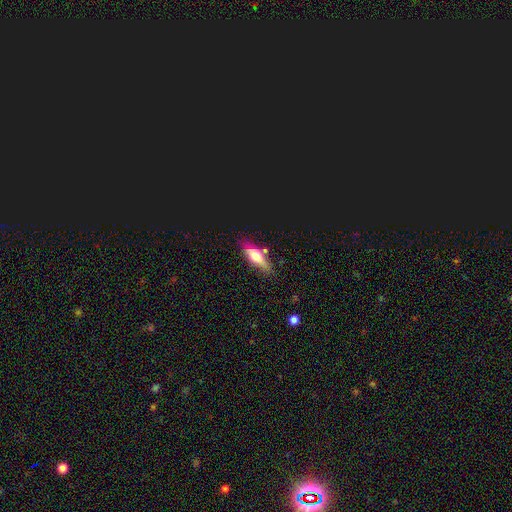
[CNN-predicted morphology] Smooth or featured?
  - smooth: 48% *
  - featured or disk: 40%
  - star or artifact: 12%
Merging?
  - none: 74% *
  - minor disturbance: 17%
  - major disturbance: 5%
  - merger: 4%